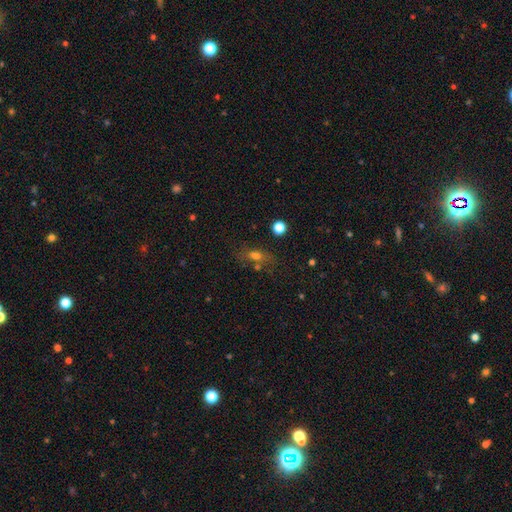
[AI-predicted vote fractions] Smooth or featured? smooth (57%)
How rounded? in between (62%)
Merging? none (55%)